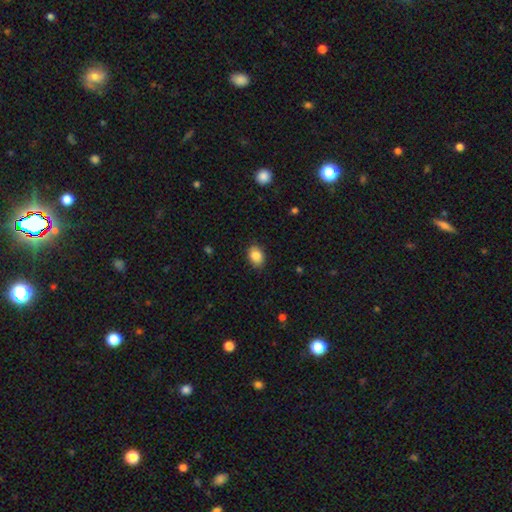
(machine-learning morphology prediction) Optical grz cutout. It shows a smooth galaxy with no disk features (86%) that is in between round and cigar-shaped (76%). Merging: none (86%).